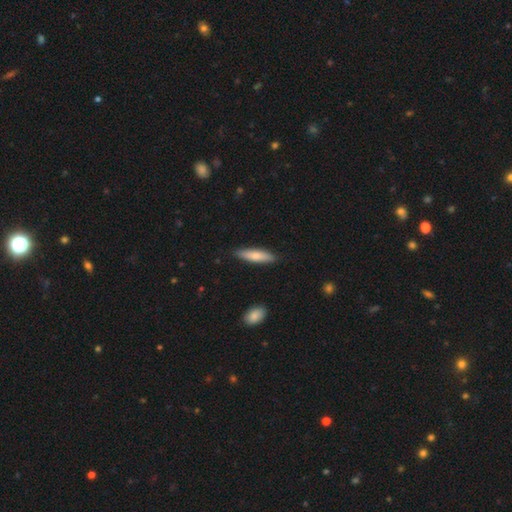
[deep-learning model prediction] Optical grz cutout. It shows a smooth galaxy with no disk features (72%) that is cigar-shaped (70%). Merging: none (87%).